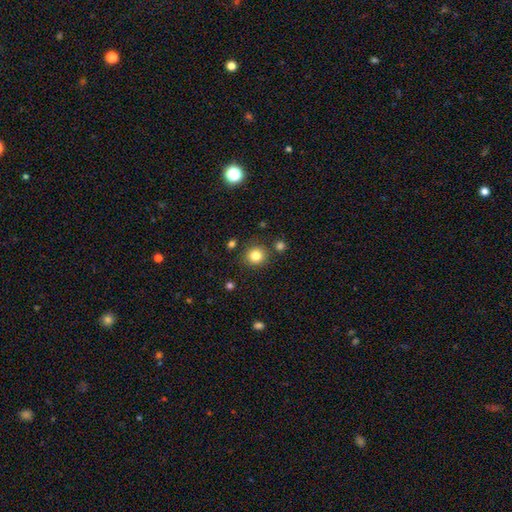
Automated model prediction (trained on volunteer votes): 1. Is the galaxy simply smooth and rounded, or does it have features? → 82% smooth, 12% star or artifact, 6% featured or disk.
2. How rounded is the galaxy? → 90% round, 9% in between, 1% cigar-shaped.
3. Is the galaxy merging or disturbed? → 85% none, 8% minor disturbance, 4% merger, 3% major disturbance.